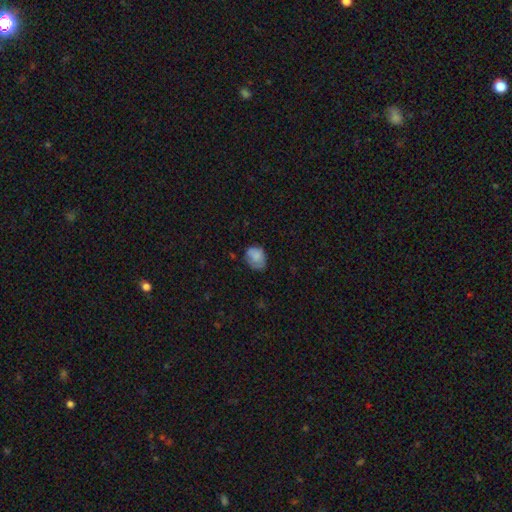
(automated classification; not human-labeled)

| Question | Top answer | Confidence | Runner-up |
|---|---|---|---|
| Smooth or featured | smooth | 78% | featured or disk (13%) |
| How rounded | in between | 55% | round (44%) |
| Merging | none | 58% | minor disturbance (31%) |